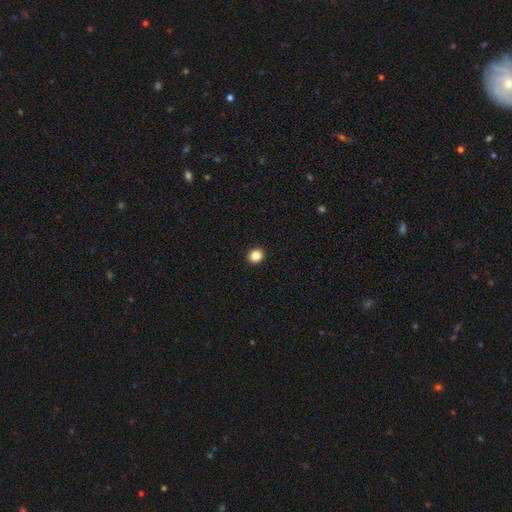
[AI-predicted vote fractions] Morphology: type=smooth (85%); roundness=round (83%); merging=none (93%).